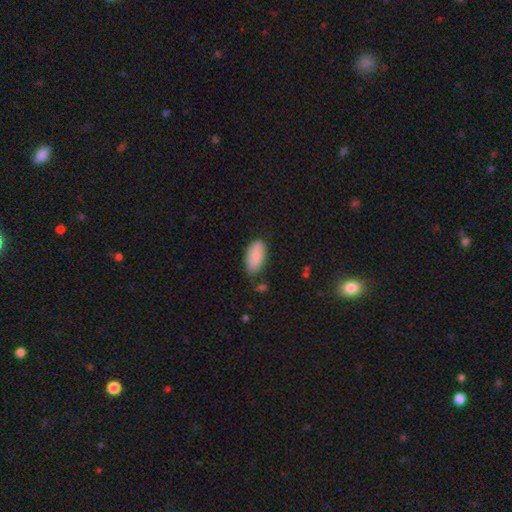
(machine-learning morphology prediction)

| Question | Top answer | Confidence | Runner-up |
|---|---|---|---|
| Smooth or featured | smooth | 86% | featured or disk (8%) |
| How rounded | in between | 93% | cigar-shaped (4%) |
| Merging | none | 78% | minor disturbance (17%) |